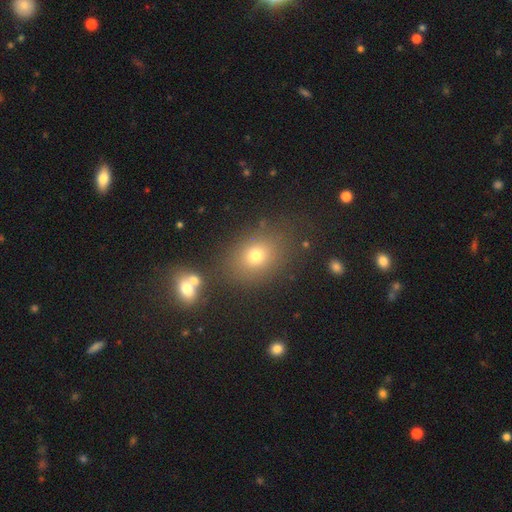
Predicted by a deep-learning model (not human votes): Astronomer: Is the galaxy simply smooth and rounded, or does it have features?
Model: smooth — 72%.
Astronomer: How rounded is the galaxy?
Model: in between — 55% (runner-up: round, 44%).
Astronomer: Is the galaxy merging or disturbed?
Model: none — 76%.